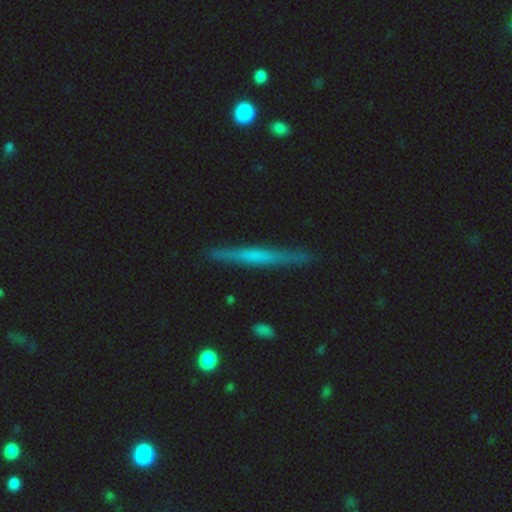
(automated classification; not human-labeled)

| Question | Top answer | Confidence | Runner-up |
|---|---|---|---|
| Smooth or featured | featured or disk | 54% | smooth (39%) |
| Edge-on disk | yes | 97% | no (3%) |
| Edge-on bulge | none | 67% | rounded (20%) |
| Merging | none | 89% | minor disturbance (8%) |